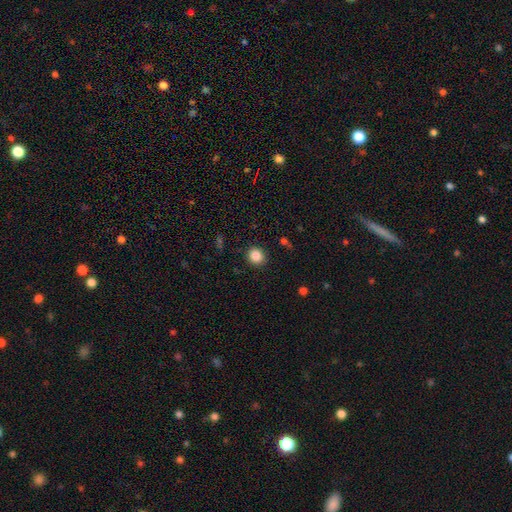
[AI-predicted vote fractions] Overall: smooth (85%). How rounded: round (83%). Merging: none (90%).